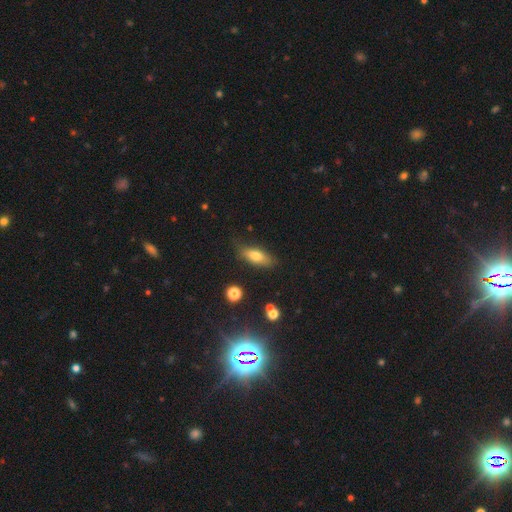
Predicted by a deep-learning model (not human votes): smooth 73%, featured or disk 19%, star or artifact 8%. Down the decision tree: how rounded — in between (72%); merging — none (77%).